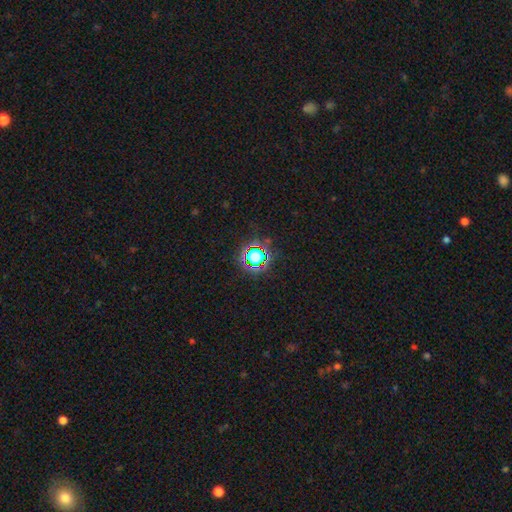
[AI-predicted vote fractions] This is possibly a star or artifact rather than a galaxy (60%).